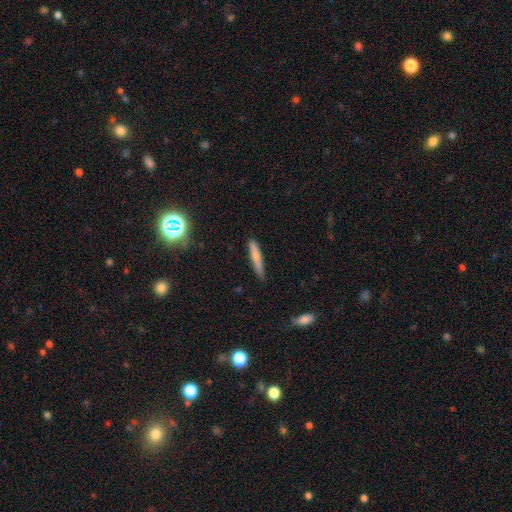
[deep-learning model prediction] Smooth or featured: smooth — 68% (featured or disk — 24%)
How rounded: cigar-shaped — 90% (in between — 8%)
Merging: none — 79% (minor disturbance — 16%)